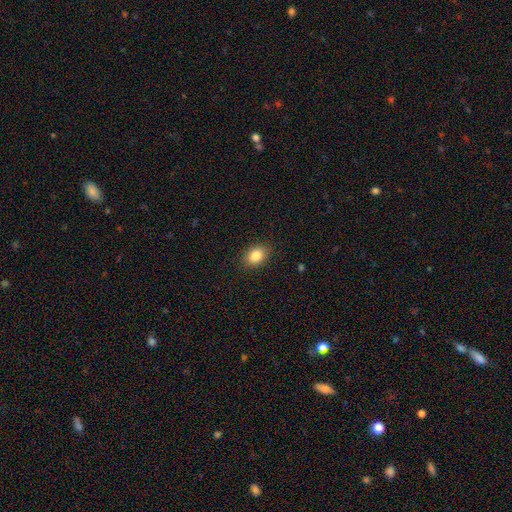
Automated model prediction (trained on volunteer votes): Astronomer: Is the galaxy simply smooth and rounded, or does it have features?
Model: smooth — 84%.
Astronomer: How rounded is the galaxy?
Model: in between — 72%.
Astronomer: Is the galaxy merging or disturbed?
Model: none — 88%.